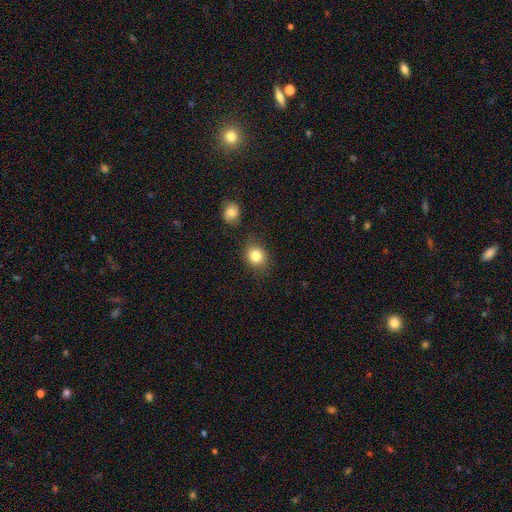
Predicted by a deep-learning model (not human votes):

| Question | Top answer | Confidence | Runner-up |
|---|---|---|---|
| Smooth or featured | smooth | 83% | star or artifact (10%) |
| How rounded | round | 69% | in between (30%) |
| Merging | none | 79% | minor disturbance (13%) |